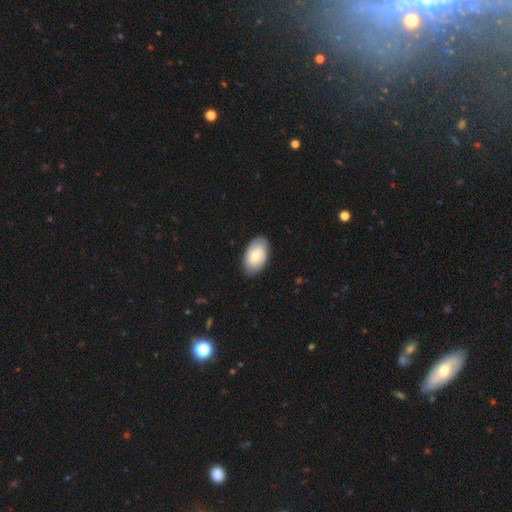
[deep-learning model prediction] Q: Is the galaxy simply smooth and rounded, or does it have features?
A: smooth — 63%.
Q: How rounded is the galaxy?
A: in between — 93%.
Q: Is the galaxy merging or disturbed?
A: none — 83%.